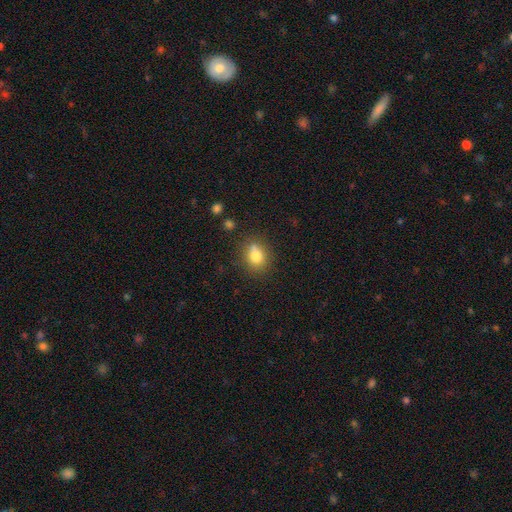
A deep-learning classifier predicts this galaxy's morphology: This is likely a smooth galaxy (77%). How rounded: likely round (60%). Merging: likely none (60%).